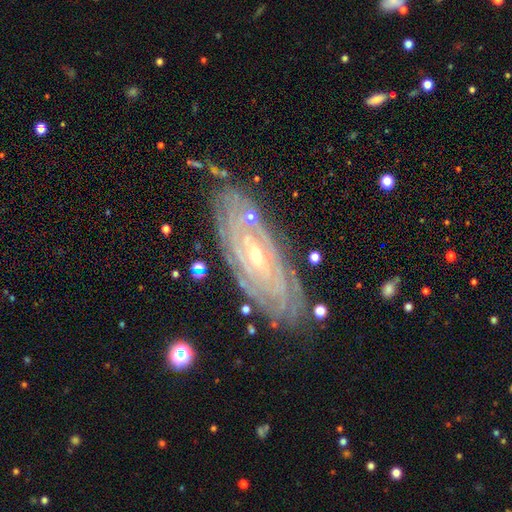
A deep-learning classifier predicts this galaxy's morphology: Overall: featured or disk (89%). Edge-on disk: no (90%). Bar: no (42%; weak 35%). Spiral arms: yes (96%). Spiral arm count: can't tell (39%; 4 16%). Spiral winding: tight (86%). Bulge size: small (61%; moderate 36%). Merging: none (80%).